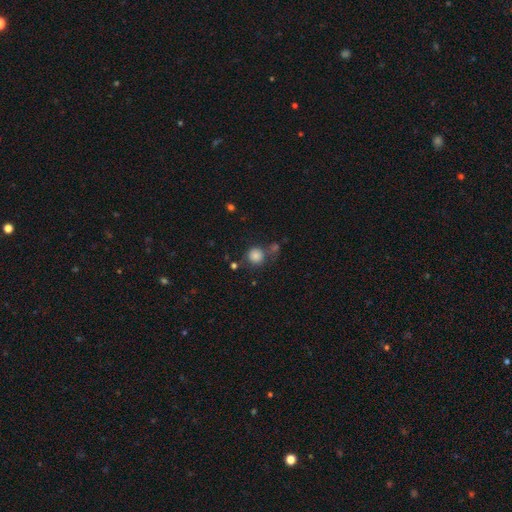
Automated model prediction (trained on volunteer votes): Smooth or featured? smooth (84%)
How rounded? round (91%)
Merging? none (66%)